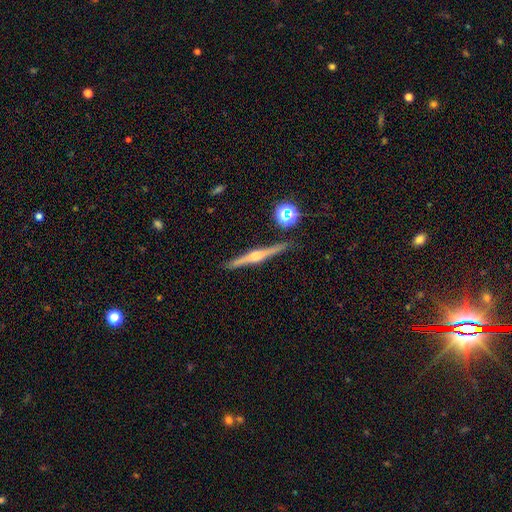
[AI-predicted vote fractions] featured or disk 81%, smooth 12%, star or artifact 7%. Down the decision tree: edge-on disk — yes (98%); edge-on bulge — rounded (89%); merging — none (90%).